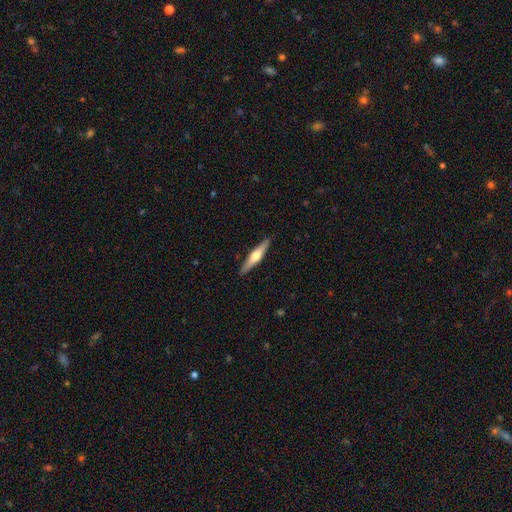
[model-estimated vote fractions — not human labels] Smooth or featured? featured or disk (62%)
Edge-on disk? yes (97%)
Edge-on bulge? rounded (93%)
Merging? none (91%)